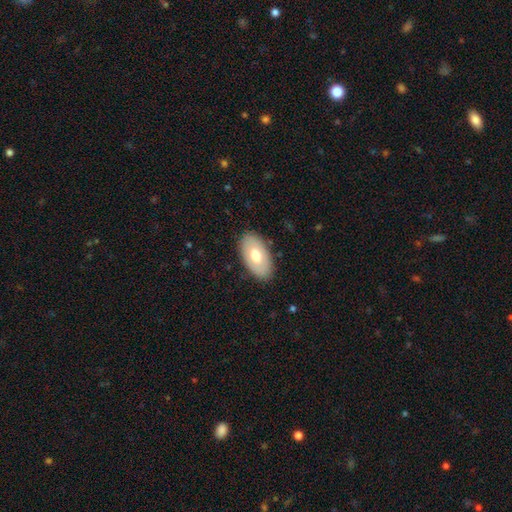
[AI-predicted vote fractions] smooth-or-featured: smooth: 66% | featured or disk: 29% | star or artifact: 6%
  how-rounded: in between: 94% | round: 4% | cigar-shaped: 2%
  merging: none: 86% | minor disturbance: 11% | major disturbance: 3% | merger: 1%